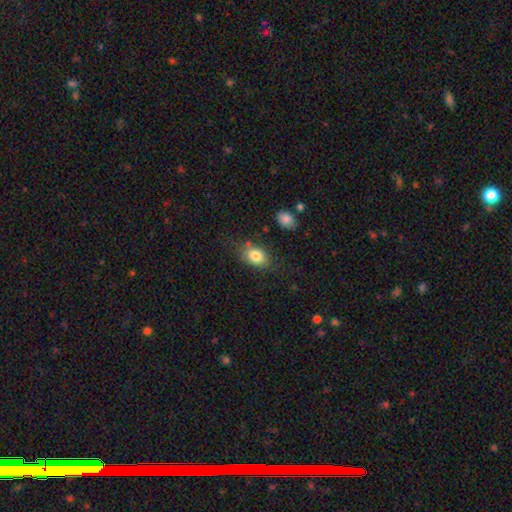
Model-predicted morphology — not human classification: Smooth or featured?
  - smooth: 83% *
  - featured or disk: 9%
  - star or artifact: 8%
How rounded?
  - in between: 80% *
  - round: 18%
  - cigar-shaped: 2%
Merging?
  - none: 72% *
  - minor disturbance: 18%
  - major disturbance: 6%
  - merger: 4%